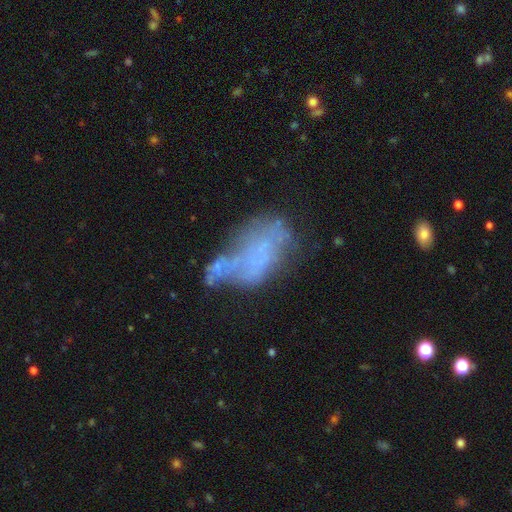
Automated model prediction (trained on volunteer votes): smooth_or_featured: featured or disk (p=0.51) [alt: smooth p=0.34]
disk_edge_on: no (p=0.96) [alt: yes p=0.04]
merging: major disturbance (p=0.32) [alt: none p=0.29]